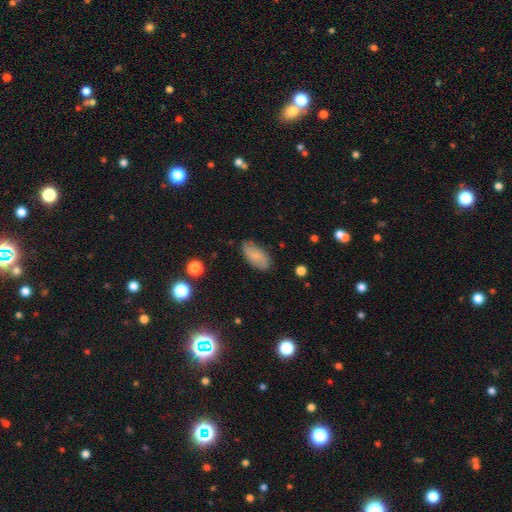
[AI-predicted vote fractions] The model was most divided on "smooth or featured": smooth: 72%, featured or disk: 20%, star or artifact: 8%. More confident: how rounded — in between (91%); merging — none (81%).